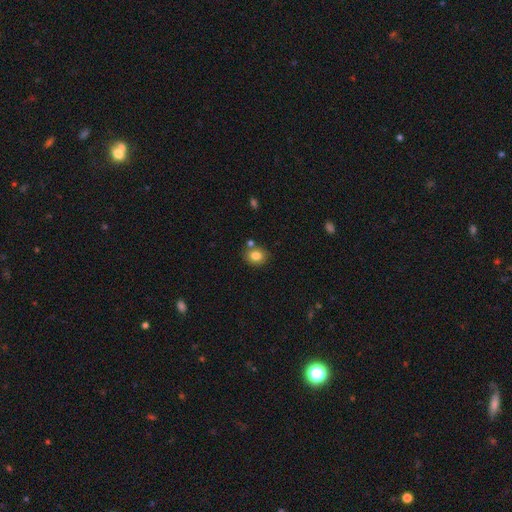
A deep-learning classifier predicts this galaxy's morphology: The model was most divided on "how rounded": round: 59%, in between: 40%, cigar-shaped: 1%. More confident: smooth or featured — smooth (82%); merging — none (73%).